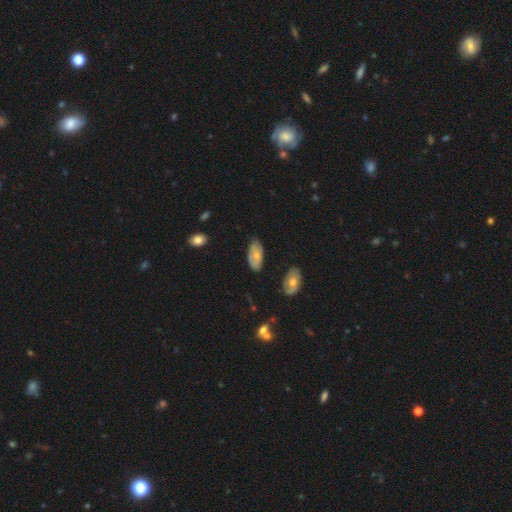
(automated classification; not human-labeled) smooth-or-featured: smooth: 54% | featured or disk: 38% | star or artifact: 7%
  how-rounded: in between: 91% | cigar-shaped: 6% | round: 3%
  merging: none: 69% | minor disturbance: 23% | major disturbance: 5% | merger: 3%